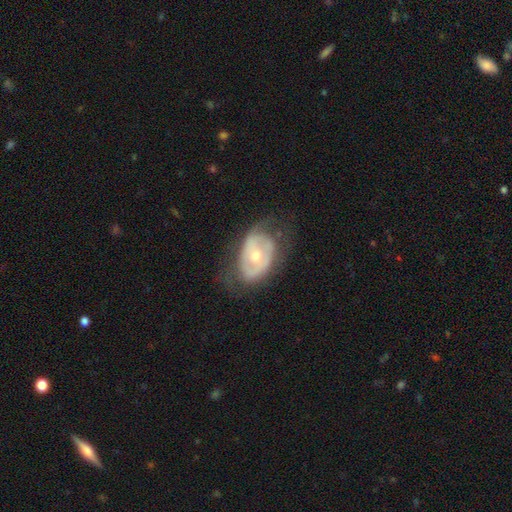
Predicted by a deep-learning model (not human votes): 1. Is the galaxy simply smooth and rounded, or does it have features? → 71% featured or disk, 22% smooth, 6% star or artifact.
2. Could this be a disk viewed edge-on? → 94% no, 6% yes.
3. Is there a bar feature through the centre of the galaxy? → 62% no, 28% weak, 11% strong.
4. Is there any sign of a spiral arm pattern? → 58% yes, 42% no.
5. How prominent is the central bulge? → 56% moderate, 39% small, 2% large, 1% none, 1% dominant.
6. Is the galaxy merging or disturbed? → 57% none, 25% minor disturbance, 17% major disturbance, 1% merger.